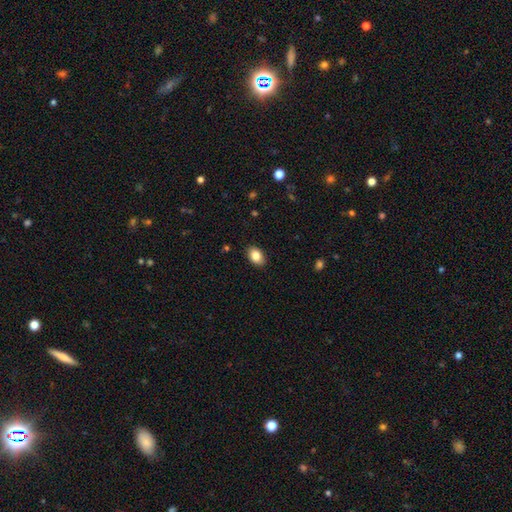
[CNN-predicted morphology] This is clearly a smooth galaxy (85%). How rounded: clearly in between (86%). Merging: clearly none (88%).